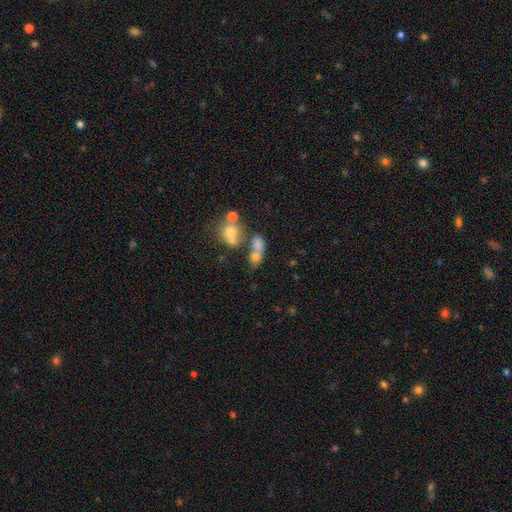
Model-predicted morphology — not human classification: Smooth or featured? smooth (66%)
How rounded? in between (54%)
Merging? merger (53%)